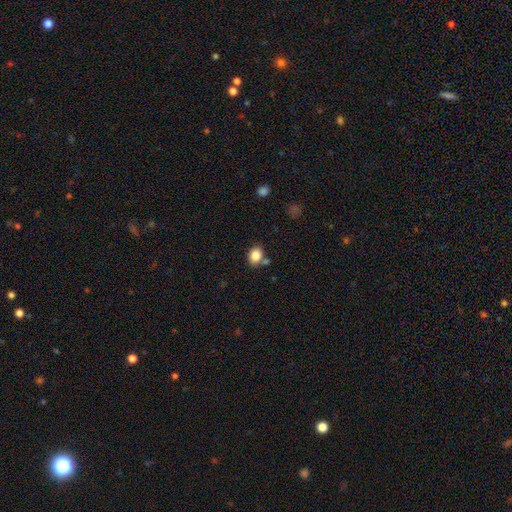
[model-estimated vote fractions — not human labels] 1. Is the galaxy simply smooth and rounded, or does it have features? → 85% smooth, 10% star or artifact, 6% featured or disk.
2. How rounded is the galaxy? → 53% in between, 46% round, 1% cigar-shaped.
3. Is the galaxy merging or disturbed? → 69% none, 14% merger, 13% minor disturbance, 4% major disturbance.